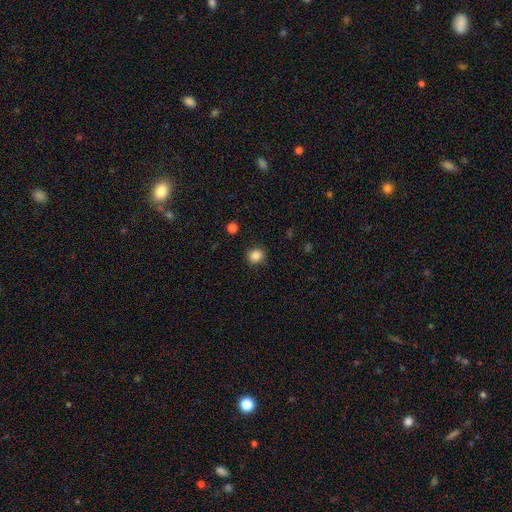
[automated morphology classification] This is clearly a smooth galaxy (85%). How rounded: clearly round (81%). Merging: clearly none (87%).